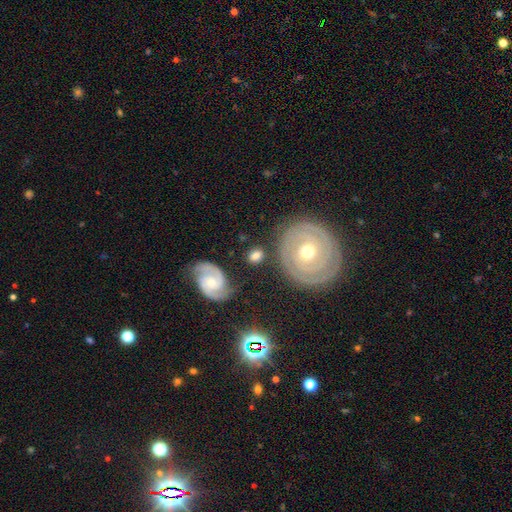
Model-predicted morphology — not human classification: smooth-or-featured: smooth: 58% | featured or disk: 34% | star or artifact: 8%
  how-rounded: round: 54% | in between: 44% | cigar-shaped: 3%
  merging: none: 74% | minor disturbance: 13% | merger: 8% | major disturbance: 5%